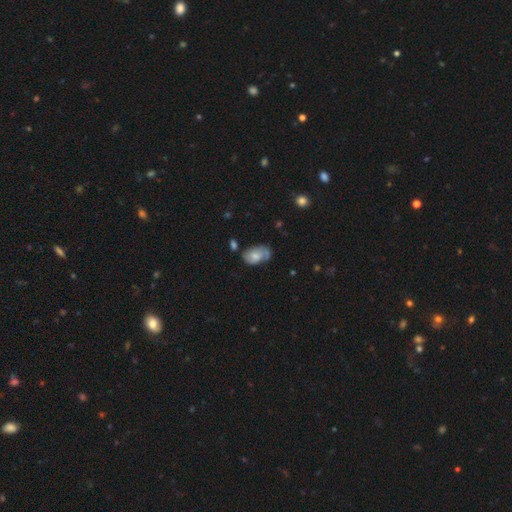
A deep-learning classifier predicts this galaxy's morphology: type=smooth (58%); roundness=in between (90%); merging=none (44%).